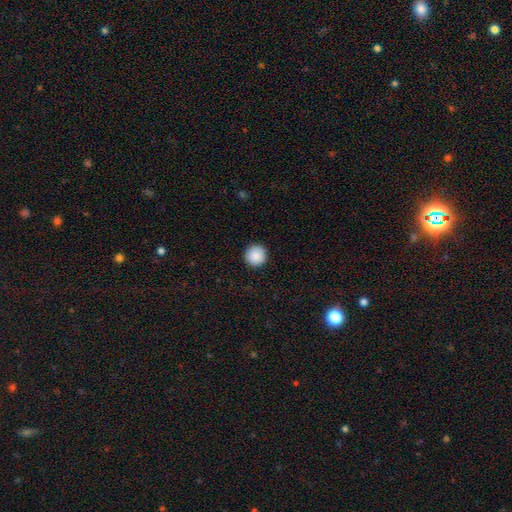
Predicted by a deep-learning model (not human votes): Overall: smooth (89%). How rounded: round (95%). Merging: none (92%).